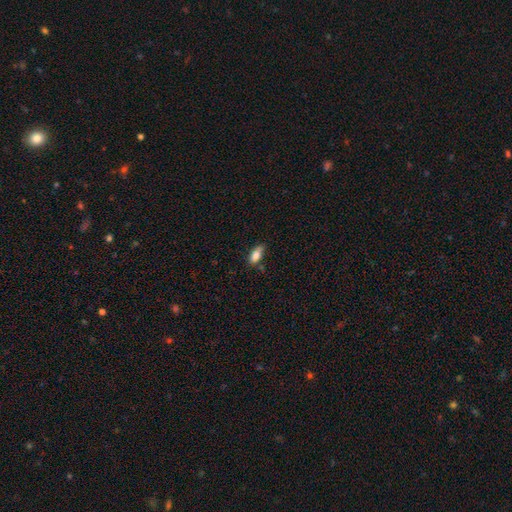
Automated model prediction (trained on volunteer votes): smooth-or-featured: smooth: 82% | featured or disk: 10% | star or artifact: 8%
  how-rounded: in between: 83% | cigar-shaped: 14% | round: 3%
  merging: none: 61% | minor disturbance: 28% | major disturbance: 6% | merger: 5%